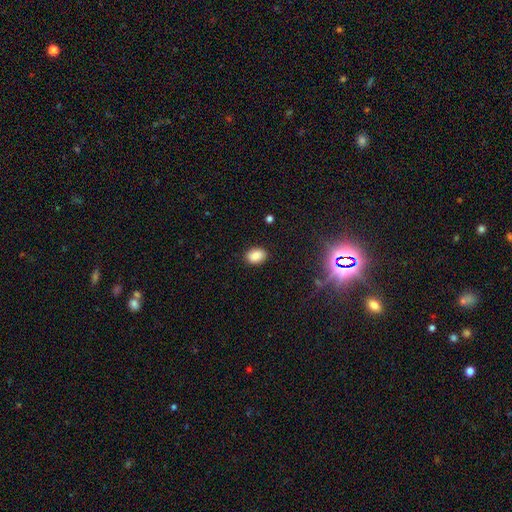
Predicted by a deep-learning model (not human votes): The model was most divided on "how rounded": in between: 74%, round: 25%, cigar-shaped: 1%. More confident: merging — none (86%); smooth or featured — smooth (86%).